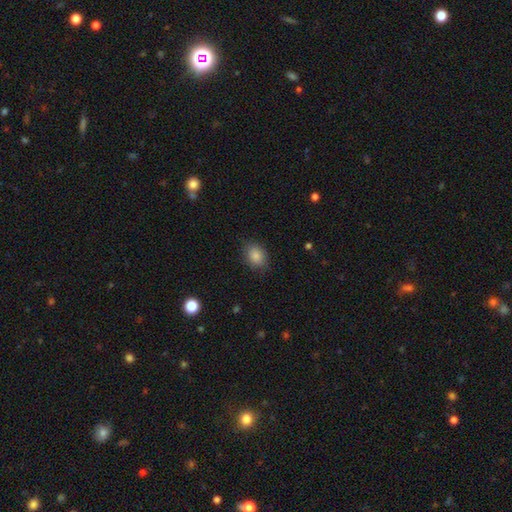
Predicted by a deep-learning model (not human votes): Smooth or featured? smooth (87%)
How rounded? in between (65%)
Merging? none (82%)